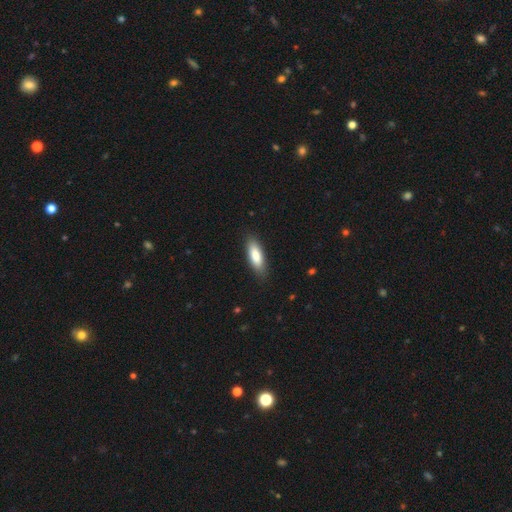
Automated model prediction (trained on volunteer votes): This is clearly a smooth galaxy (83%). How rounded: likely in between (61%). Merging: clearly none (85%).